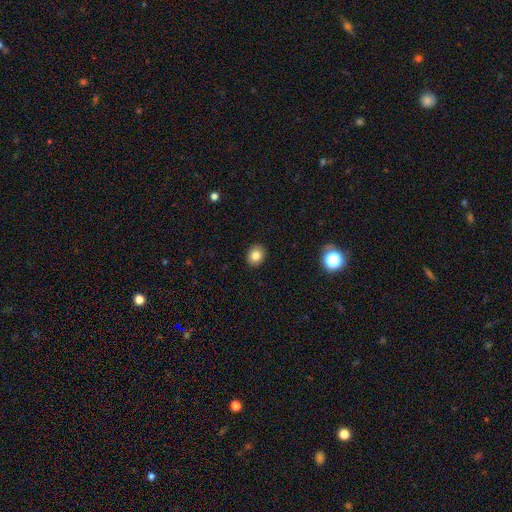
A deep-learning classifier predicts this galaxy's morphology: Smooth or featured? Predicted: smooth (p=0.82). How rounded? Predicted: round (p=0.64). Merging? Predicted: none (p=0.91).